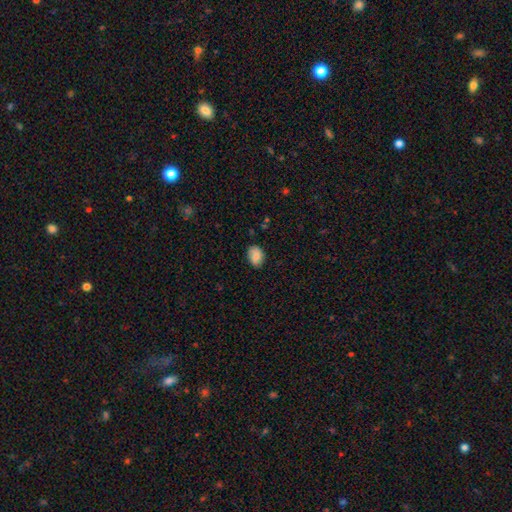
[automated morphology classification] Smooth or featured? Predicted: smooth (p=0.85). How rounded? Predicted: in between (p=0.77). Merging? Predicted: none (p=0.79).